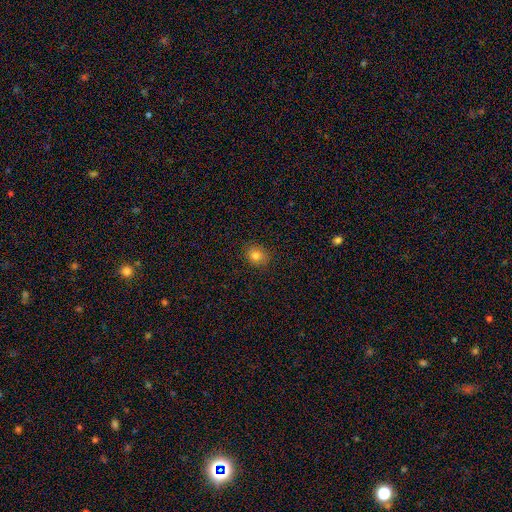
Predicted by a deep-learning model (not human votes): Smooth or featured?
  - smooth: 81% *
  - star or artifact: 12%
  - featured or disk: 7%
How rounded?
  - round: 71% *
  - in between: 28%
  - cigar-shaped: 1%
Merging?
  - none: 87% *
  - minor disturbance: 10%
  - major disturbance: 2%
  - merger: 1%